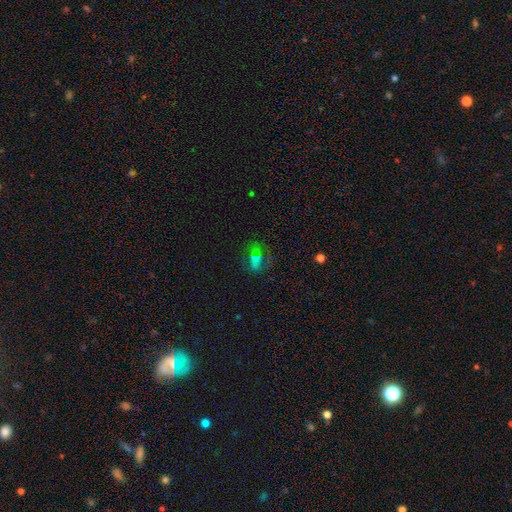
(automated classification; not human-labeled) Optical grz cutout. It shows a smooth galaxy with no disk features (49%). Merging: none (57%).